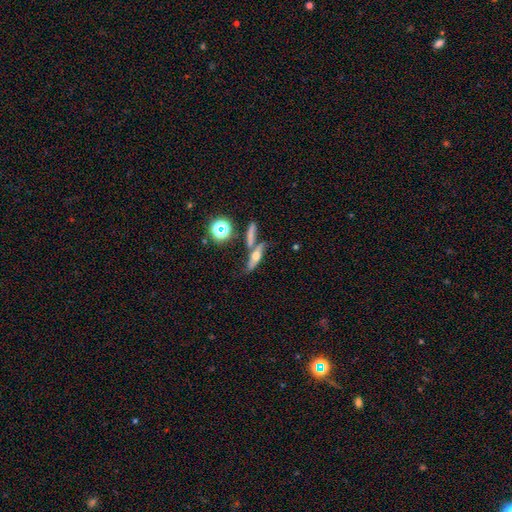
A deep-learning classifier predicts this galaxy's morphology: This is marginally a star or artifact rather than a galaxy (35%).